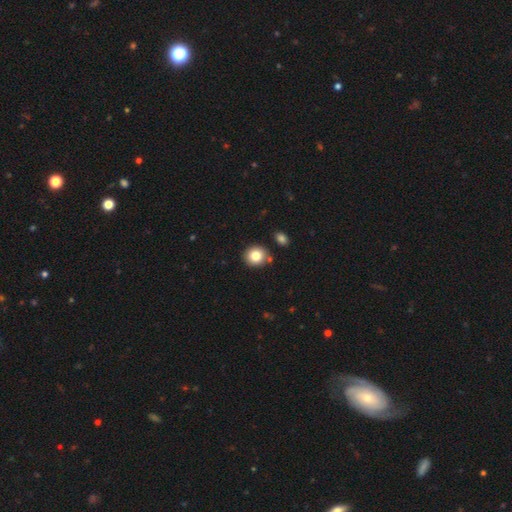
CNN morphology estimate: Smooth or featured: smooth — 82% (star or artifact — 10%)
How rounded: round — 85% (in between — 15%)
Merging: none — 82% (minor disturbance — 8%)